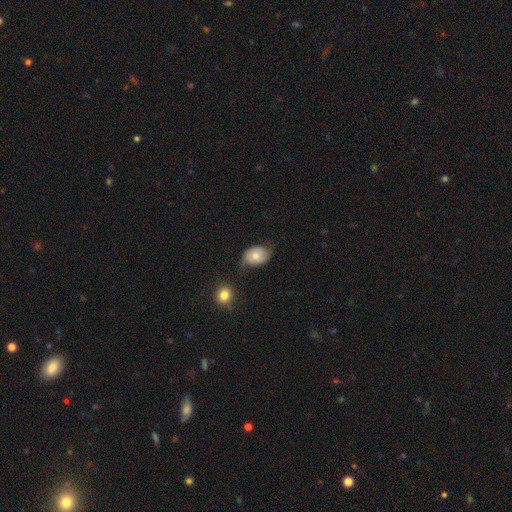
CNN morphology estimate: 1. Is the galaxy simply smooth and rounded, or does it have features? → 59% smooth, 33% featured or disk, 8% star or artifact.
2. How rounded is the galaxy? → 69% in between, 30% round, 1% cigar-shaped.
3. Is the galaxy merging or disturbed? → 50% none, 33% minor disturbance, 12% major disturbance, 5% merger.